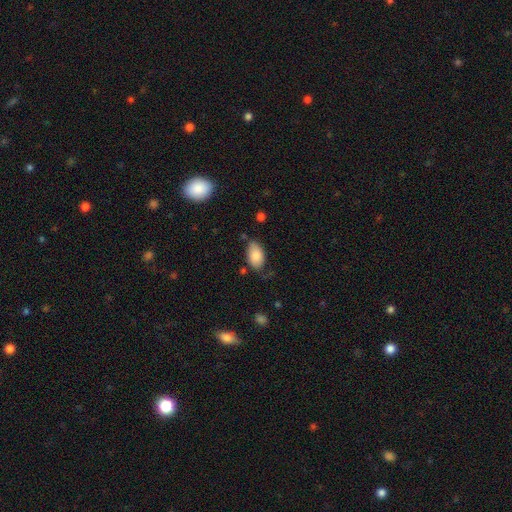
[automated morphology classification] smooth-or-featured: smooth: 84% | featured or disk: 9% | star or artifact: 7%
  how-rounded: in between: 94% | round: 5% | cigar-shaped: 2%
  merging: none: 60% | minor disturbance: 30% | major disturbance: 7% | merger: 3%